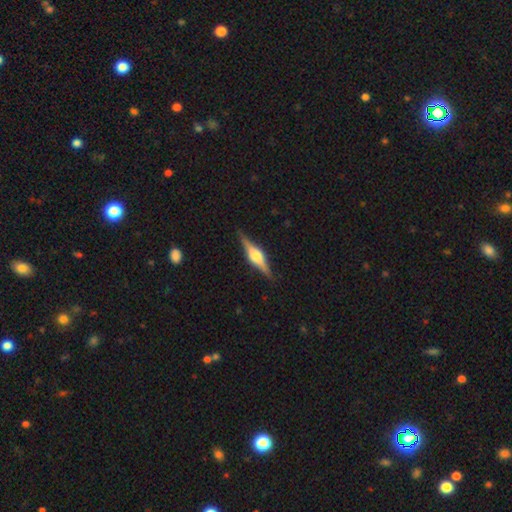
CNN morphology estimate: A featured or disk galaxy (79%) viewed edge-on (98%) with a rounded central bulge (89%). Merging: none (89%).